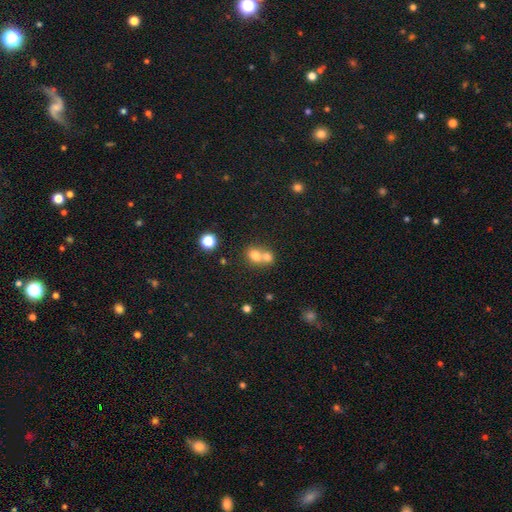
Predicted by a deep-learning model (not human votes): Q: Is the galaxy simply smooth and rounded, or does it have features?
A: smooth — 74%.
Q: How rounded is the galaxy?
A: round — 64%.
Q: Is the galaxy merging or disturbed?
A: merger — 62%.